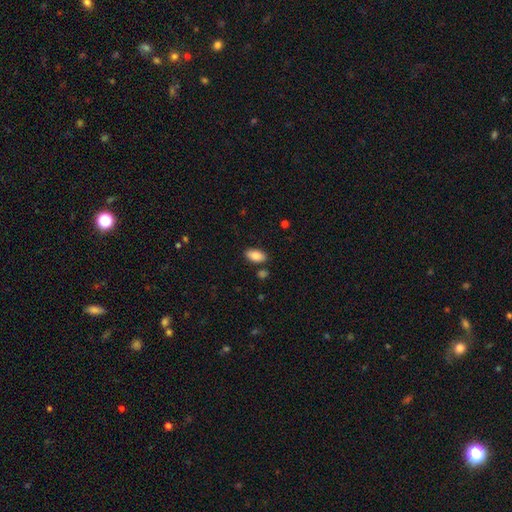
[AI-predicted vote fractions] smooth-or-featured: smooth: 86% | featured or disk: 7% | star or artifact: 7%
  how-rounded: in between: 93% | cigar-shaped: 4% | round: 3%
  merging: none: 84% | minor disturbance: 10% | merger: 4% | major disturbance: 2%